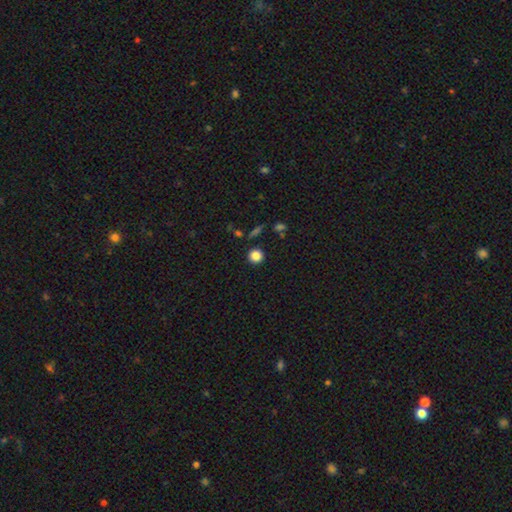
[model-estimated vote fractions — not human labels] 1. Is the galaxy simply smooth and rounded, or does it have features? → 85% smooth, 11% star or artifact, 4% featured or disk.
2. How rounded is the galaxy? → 94% round, 5% in between, 1% cigar-shaped.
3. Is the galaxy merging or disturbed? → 89% none, 6% minor disturbance, 3% merger, 2% major disturbance.